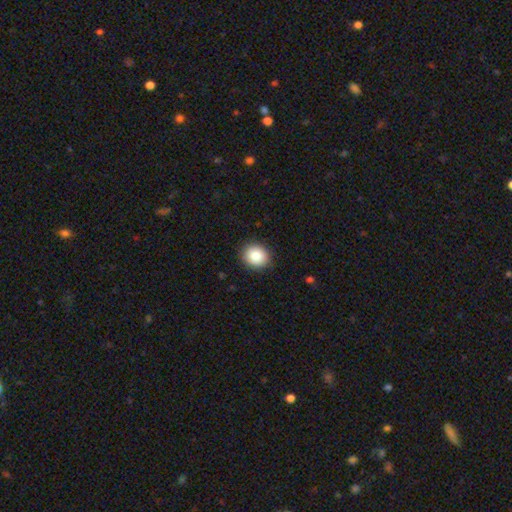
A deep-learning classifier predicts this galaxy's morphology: type=smooth (85%); roundness=round (77%); merging=none (89%).